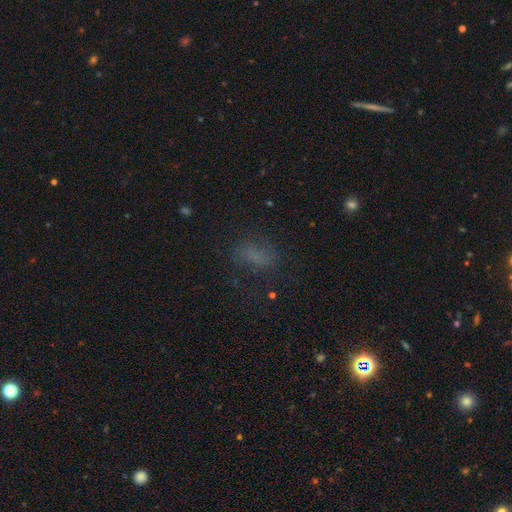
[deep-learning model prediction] Overall: smooth (60%; star or artifact 23%). How rounded: in between (78%). Merging: none (63%).